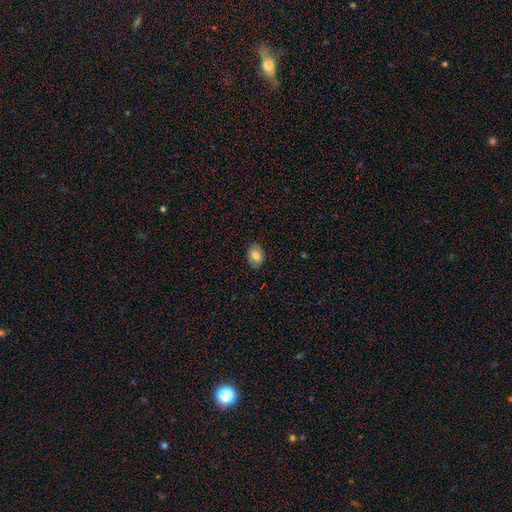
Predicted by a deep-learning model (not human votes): smooth_or_featured: smooth (p=0.80) [alt: featured or disk p=0.12]
how_rounded: in between (p=0.71) [alt: round p=0.28]
merging: none (p=0.87) [alt: minor disturbance p=0.10]